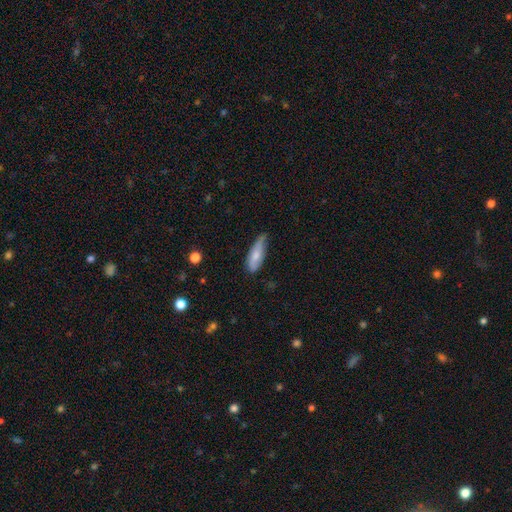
Q: Smooth or featured?
A: smooth (66%); runner-up: featured or disk (29%)
Q: How rounded?
A: in between (56%); runner-up: cigar-shaped (44%)
Q: Merging?
A: minor disturbance (58%); runner-up: none (36%)